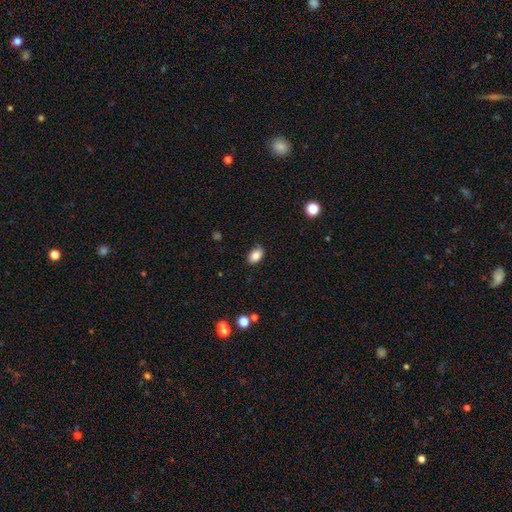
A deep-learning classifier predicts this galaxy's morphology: type=smooth (86%); roundness=in between (87%); merging=none (84%).